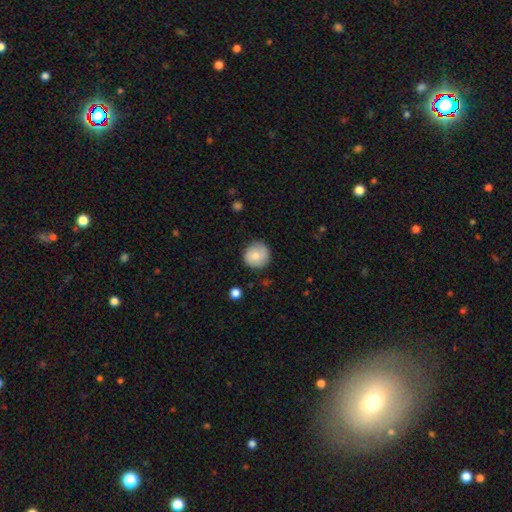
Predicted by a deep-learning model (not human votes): This is likely a smooth galaxy (73%). How rounded: clearly round (92%). Merging: likely none (80%).